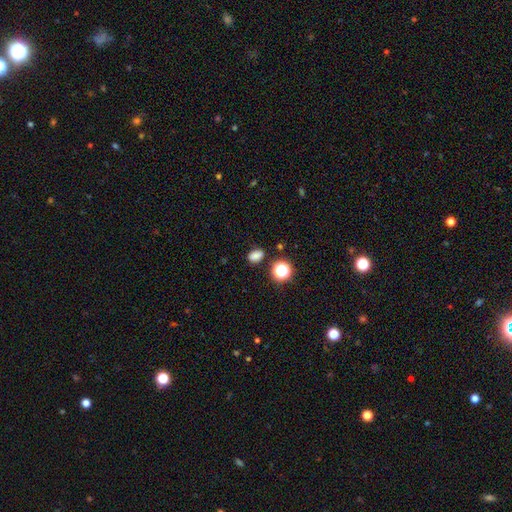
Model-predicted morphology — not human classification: Smooth or featured?
  - smooth: 77% *
  - star or artifact: 17%
  - featured or disk: 6%
How rounded?
  - in between: 70% *
  - round: 28%
  - cigar-shaped: 2%
Merging?
  - none: 80% *
  - minor disturbance: 13%
  - merger: 4%
  - major disturbance: 3%